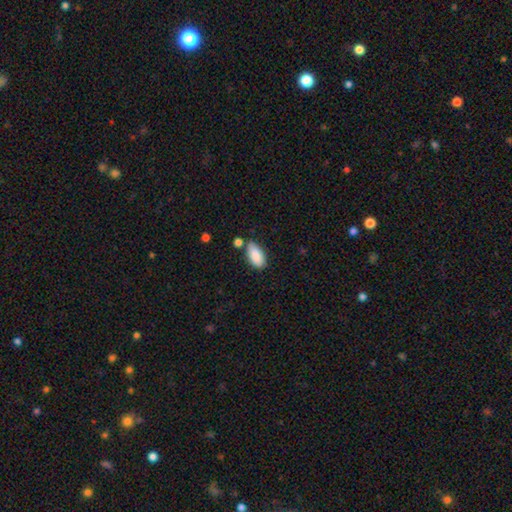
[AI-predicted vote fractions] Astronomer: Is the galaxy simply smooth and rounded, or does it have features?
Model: smooth — 87%.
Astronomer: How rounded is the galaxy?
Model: in between — 92%.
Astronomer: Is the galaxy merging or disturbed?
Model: none — 66%.